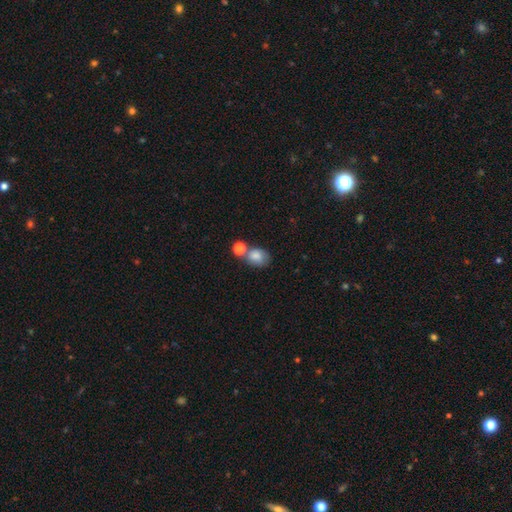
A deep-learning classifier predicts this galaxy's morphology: This is clearly a smooth galaxy (80%). How rounded: possibly in between (60%). Merging: possibly none (45%).